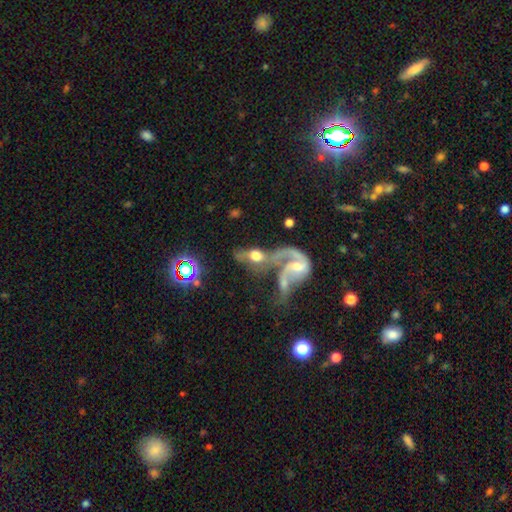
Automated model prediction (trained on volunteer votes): A featured or disk galaxy (60%) with no bar (59%), spiral arms (69%) and a moderate central bulge (45%).

Vote fractions:
- Smooth or featured? featured or disk: 60% / smooth: 30% / star or artifact: 10%
- Edge-on disk? no: 90% / yes: 10%
- Bar? no: 59% / weak: 31% / strong: 10%
- Spiral arms? yes: 69% / no: 31%
- Bulge size? moderate: 45% / small: 22% / large: 21% / none: 9% / dominant: 3%
- Merging? merger: 70% / major disturbance: 12% / none: 11% / minor disturbance: 6%